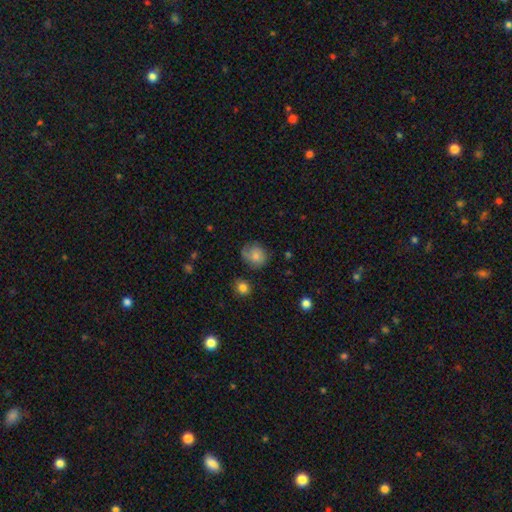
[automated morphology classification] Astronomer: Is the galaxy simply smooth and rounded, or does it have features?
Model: smooth — 70%.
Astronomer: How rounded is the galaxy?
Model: round — 72%.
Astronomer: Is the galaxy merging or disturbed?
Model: none — 63%.